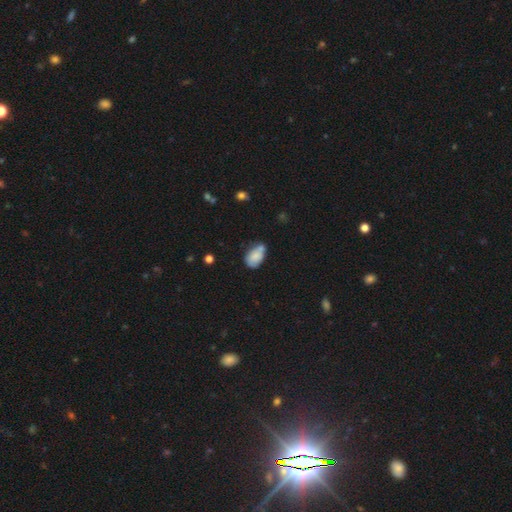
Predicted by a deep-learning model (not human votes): Smooth or featured?
  - smooth: 77% *
  - featured or disk: 14%
  - star or artifact: 8%
How rounded?
  - in between: 87% *
  - round: 11%
  - cigar-shaped: 2%
Merging?
  - none: 40% *
  - minor disturbance: 29%
  - merger: 23%
  - major disturbance: 8%